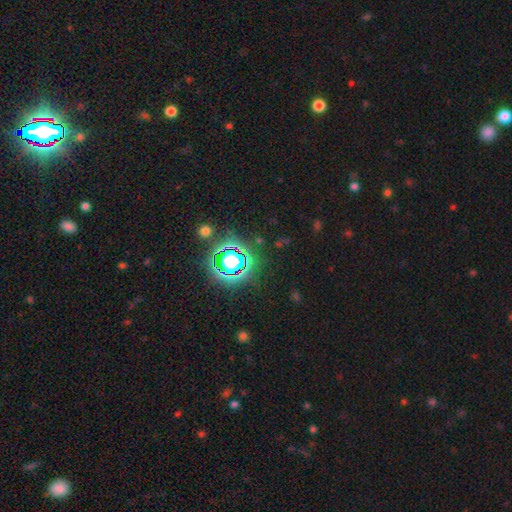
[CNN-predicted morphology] smooth-or-featured: star or artifact: 85% | smooth: 9% | featured or disk: 6%